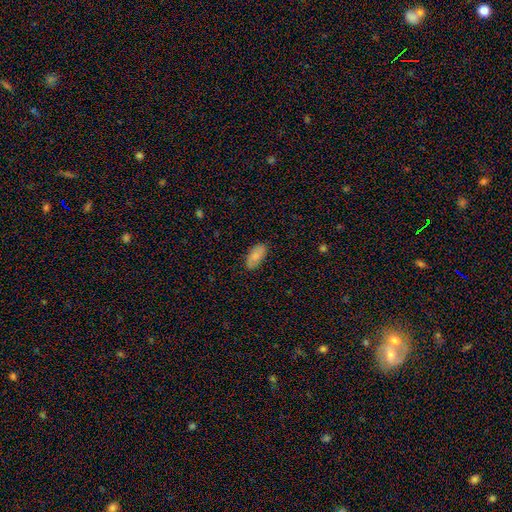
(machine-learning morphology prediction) A smooth galaxy with no disk features (83%) that is in between round and cigar-shaped (93%).

Vote fractions:
- Smooth or featured? smooth: 83% / featured or disk: 11% / star or artifact: 7%
- How rounded? in between: 93% / cigar-shaped: 4% / round: 2%
- Merging? none: 84% / minor disturbance: 12% / major disturbance: 3% / merger: 1%